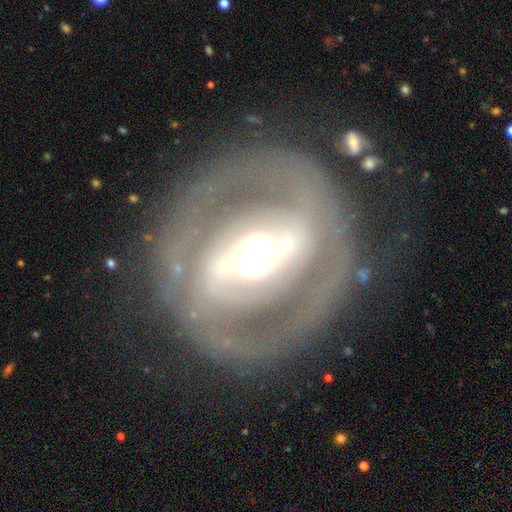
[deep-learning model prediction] The model was most divided on "spiral arms": yes: 63%, no: 37%. More confident: edge-on disk — no (94%); smooth or featured — featured or disk (81%); merging — none (78%); bar — strong (60%); bulge size — moderate (56%).